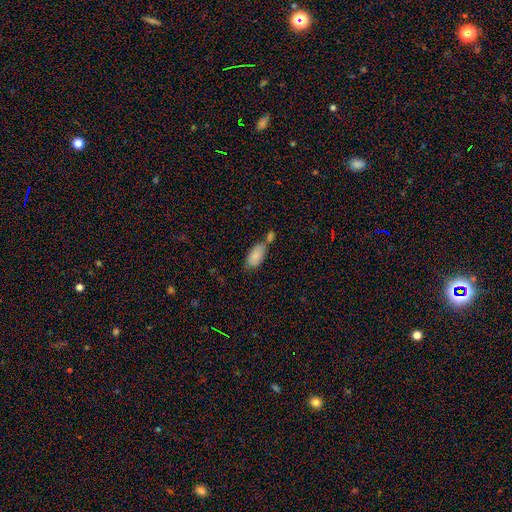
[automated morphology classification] smooth-or-featured: smooth: 83% | featured or disk: 9% | star or artifact: 7%
  how-rounded: in between: 93% | cigar-shaped: 4% | round: 3%
  merging: none: 43% | merger: 34% | minor disturbance: 17% | major disturbance: 6%